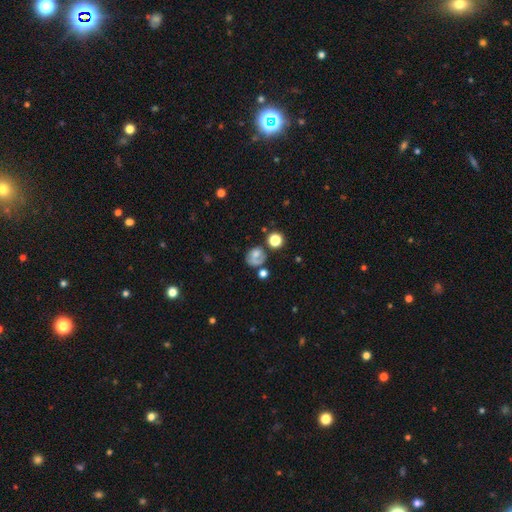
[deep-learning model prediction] This is possibly a smooth galaxy (58%). How rounded: likely round (71%). Merging: possibly none (47%).